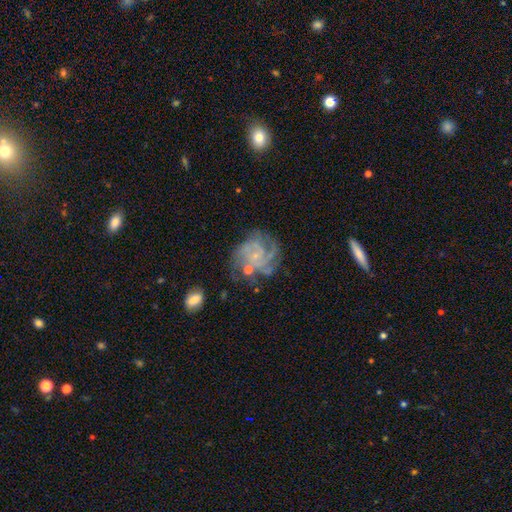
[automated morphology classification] The model was most divided on "spiral arm count": can't tell: 28%, 3: 27%, 4: 18%, 2: 13%, more than 4: 7%, 1: 6%. More confident: edge-on disk — no (98%); spiral arms — yes (93%); smooth or featured — featured or disk (80%); bulge size — small (73%); bar — no (72%); merging — none (56%); spiral winding — tight (53%).